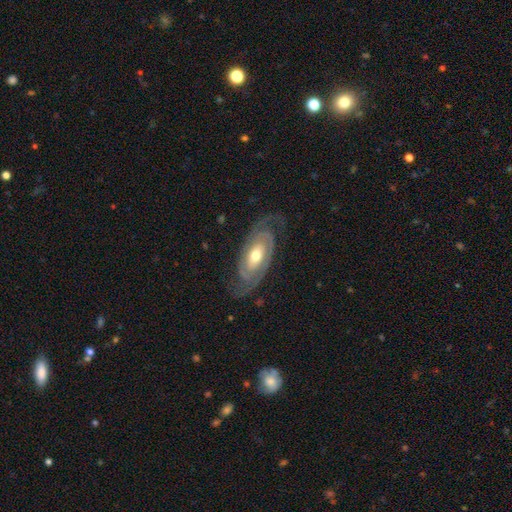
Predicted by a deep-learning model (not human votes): Smooth or featured: featured or disk — 89% (smooth — 7%)
Edge-on disk: no — 94% (yes — 6%)
Bar: no — 61% (weak — 26%)
Spiral arms: yes — 96% (no — 4%)
Spiral winding: tight — 61% (medium — 31%)
Spiral arm count: 2 — 84% (can't tell — 7%)
Bulge size: moderate — 69% (small — 22%)
Merging: none — 78% (minor disturbance — 14%)